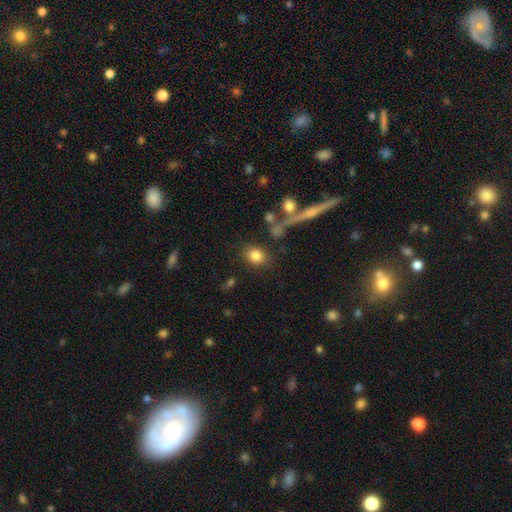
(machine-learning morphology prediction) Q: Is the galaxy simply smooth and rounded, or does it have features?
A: smooth — 81%.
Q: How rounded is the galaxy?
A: round — 49%.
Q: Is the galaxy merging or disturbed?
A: none — 77%.